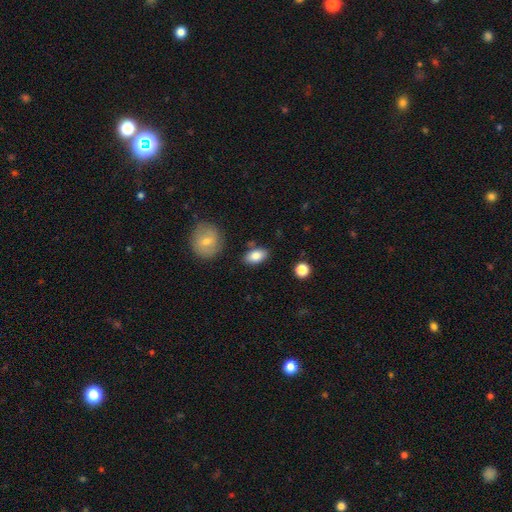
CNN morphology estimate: type=smooth (82%); roundness=in between (89%); merging=none (82%).